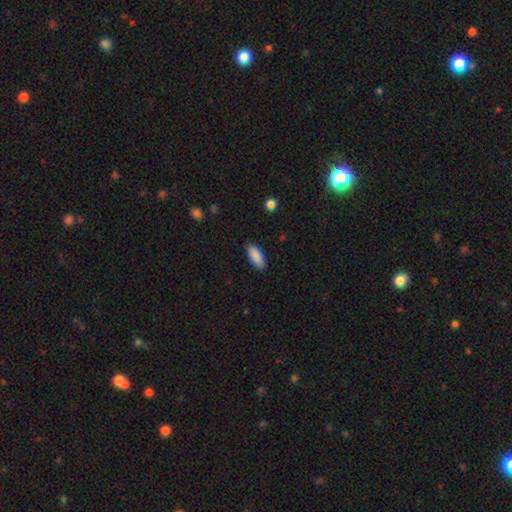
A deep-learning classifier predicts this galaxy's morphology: Q: Smooth or featured?
A: smooth (90%); runner-up: star or artifact (6%)
Q: How rounded?
A: in between (81%); runner-up: cigar-shaped (17%)
Q: Merging?
A: none (88%); runner-up: minor disturbance (9%)